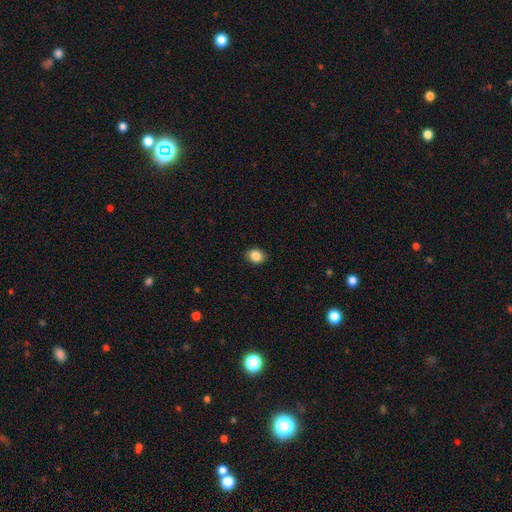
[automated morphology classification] This appears to be a smooth galaxy with no disk features (87%) that is in between round and cigar-shaped (54%). Merging: none (88%).